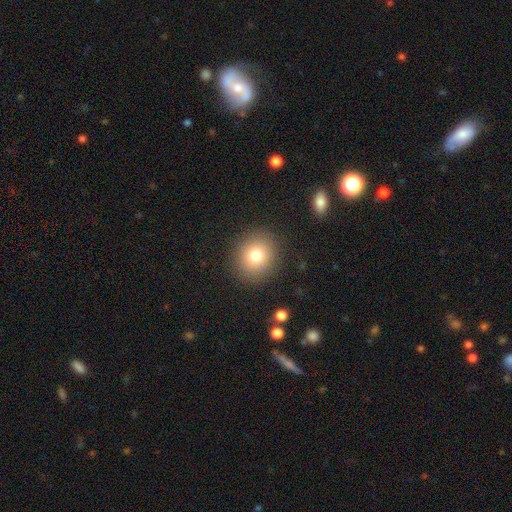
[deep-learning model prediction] Morphology: type=smooth (79%); roundness=round (79%); merging=none (88%).